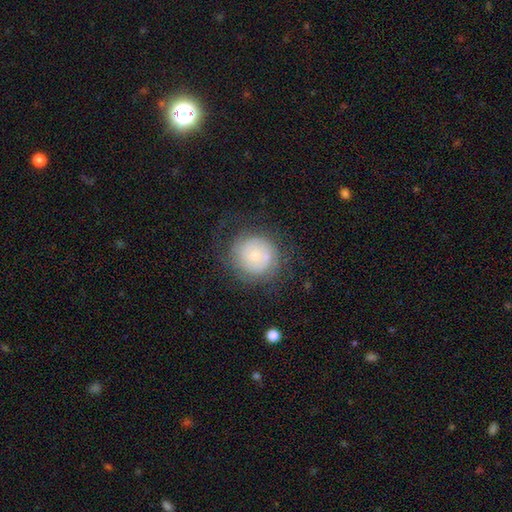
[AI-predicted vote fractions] featured or disk 50%, smooth 41%, star or artifact 9%. Down the decision tree: merging — none (66%).